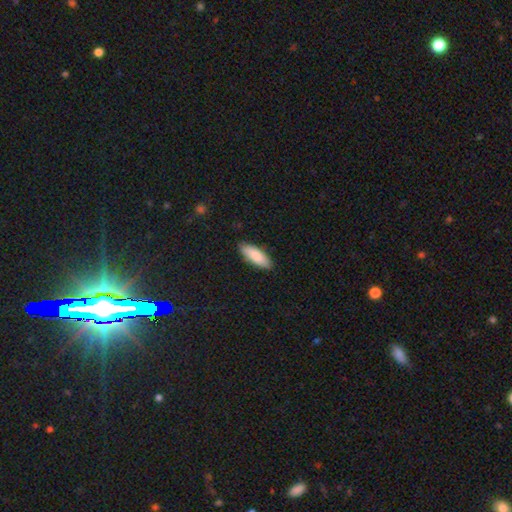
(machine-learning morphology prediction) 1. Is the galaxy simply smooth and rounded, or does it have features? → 86% smooth, 9% featured or disk, 5% star or artifact.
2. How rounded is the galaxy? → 66% in between, 32% cigar-shaped, 2% round.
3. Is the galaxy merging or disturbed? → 87% none, 10% minor disturbance, 2% major disturbance, 1% merger.